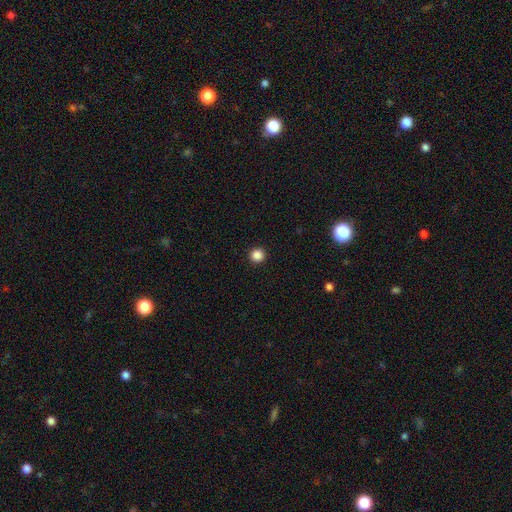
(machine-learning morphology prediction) Overall: smooth (86%). How rounded: round (96%). Merging: none (94%).